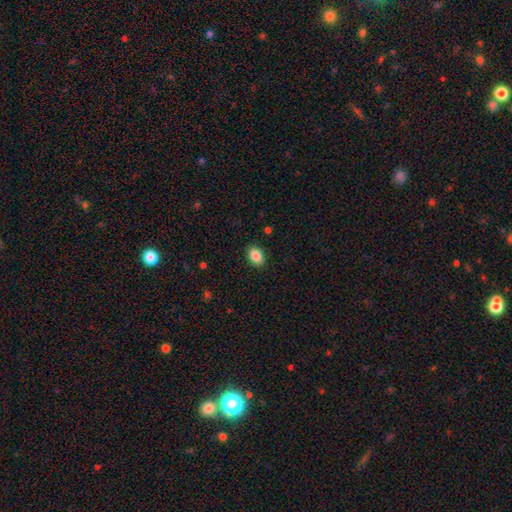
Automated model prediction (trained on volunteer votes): Smooth or featured? Predicted: smooth (p=0.88). How rounded? Predicted: in between (p=0.79). Merging? Predicted: none (p=0.89).